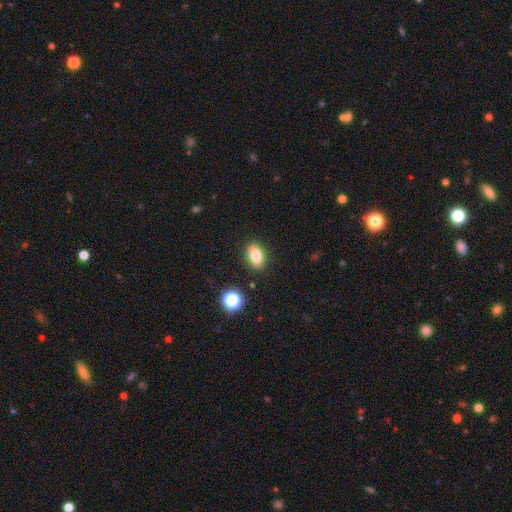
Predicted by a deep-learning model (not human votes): The model was most divided on "smooth or featured": smooth: 78%, featured or disk: 12%, star or artifact: 10%. More confident: merging — none (85%); how rounded — in between (84%).